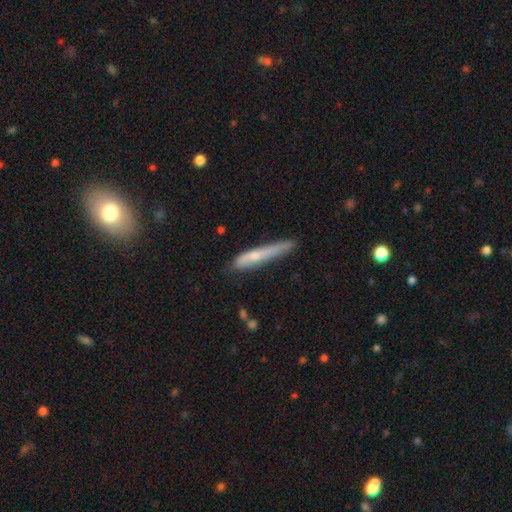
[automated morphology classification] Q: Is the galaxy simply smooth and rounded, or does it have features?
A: smooth — 58%.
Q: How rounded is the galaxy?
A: cigar-shaped — 92%.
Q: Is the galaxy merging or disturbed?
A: none — 58%.